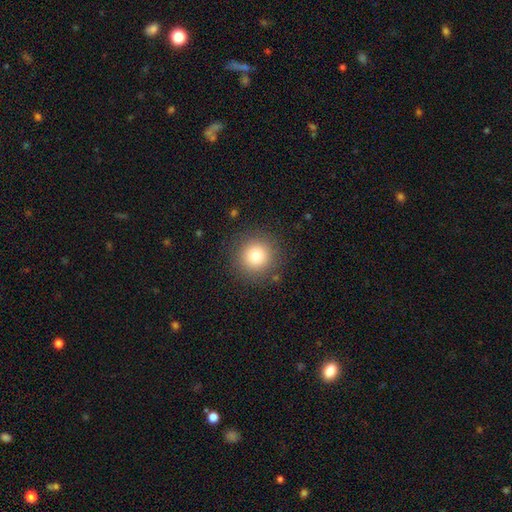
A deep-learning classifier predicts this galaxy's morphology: Smooth or featured? smooth (80%)
How rounded? round (95%)
Merging? none (89%)